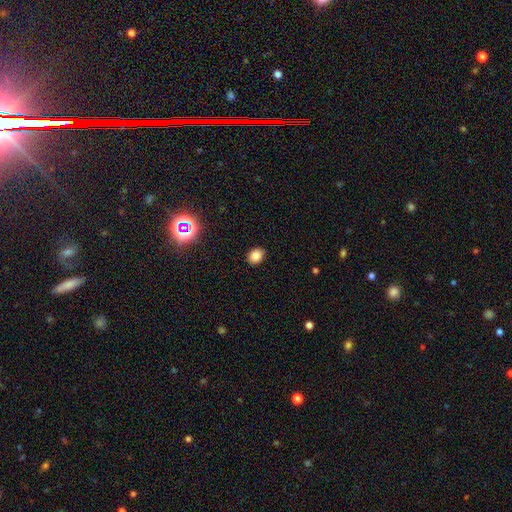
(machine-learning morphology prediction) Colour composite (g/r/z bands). It shows a smooth galaxy with no disk features (81%) that is in between round and cigar-shaped (57%). Merging: none (90%).